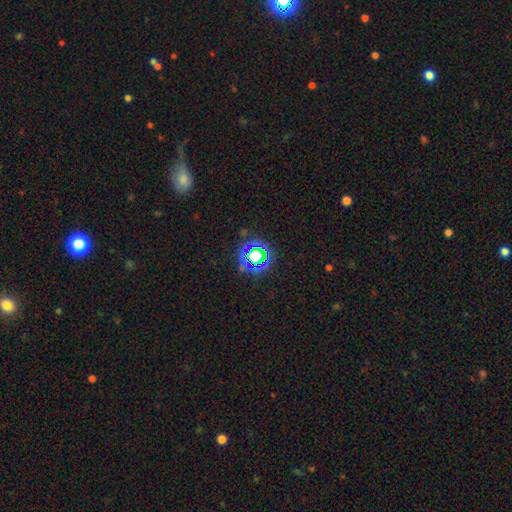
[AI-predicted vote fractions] Smooth or featured?
  - star or artifact: 66% *
  - smooth: 22%
  - featured or disk: 11%